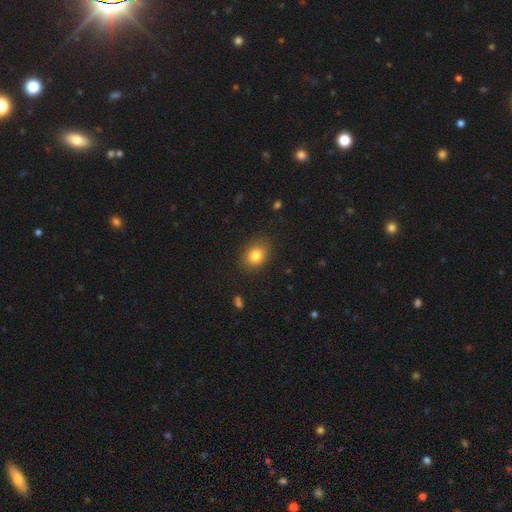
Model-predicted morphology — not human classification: Smooth or featured? smooth (82%)
How rounded? in between (54%)
Merging? none (84%)